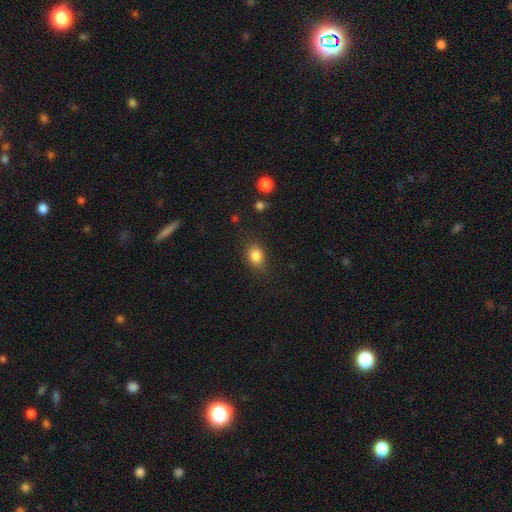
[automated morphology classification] The model was most divided on "how rounded": in between: 58%, round: 40%, cigar-shaped: 1%. More confident: smooth or featured — smooth (84%); merging — none (81%).